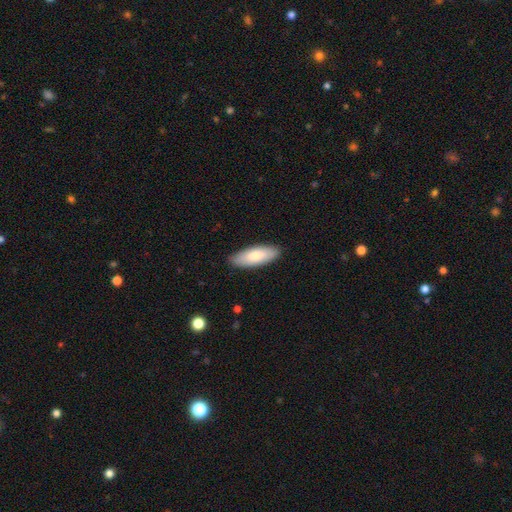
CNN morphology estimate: Overall: smooth (79%). How rounded: in between (70%). Merging: none (87%).